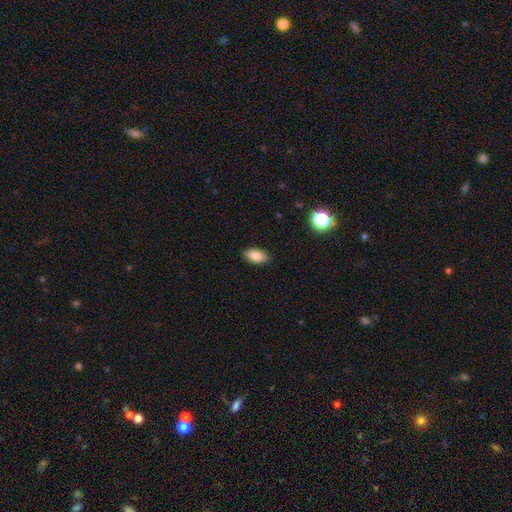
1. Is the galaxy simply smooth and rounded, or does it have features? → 76% smooth, 16% featured or disk, 8% star or artifact.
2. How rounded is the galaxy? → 90% in between, 7% round, 3% cigar-shaped.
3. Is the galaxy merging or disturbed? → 97% none, 3% minor disturbance, 0% major disturbance, 0% merger.